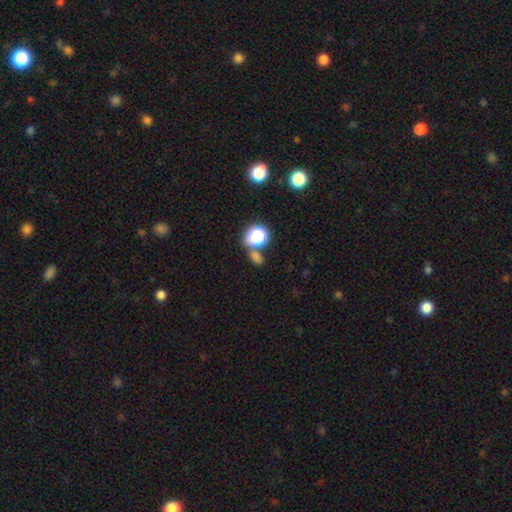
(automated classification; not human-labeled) The model was most divided on "how rounded": round: 58%, in between: 39%, cigar-shaped: 3%. More confident: merging — none (62%); smooth or featured — smooth (56%).